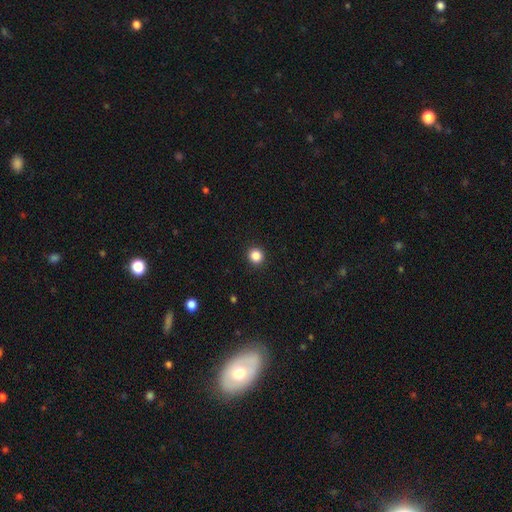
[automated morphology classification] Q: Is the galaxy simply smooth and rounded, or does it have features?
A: smooth — 85%.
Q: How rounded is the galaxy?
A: round — 92%.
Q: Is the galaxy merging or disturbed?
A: none — 93%.